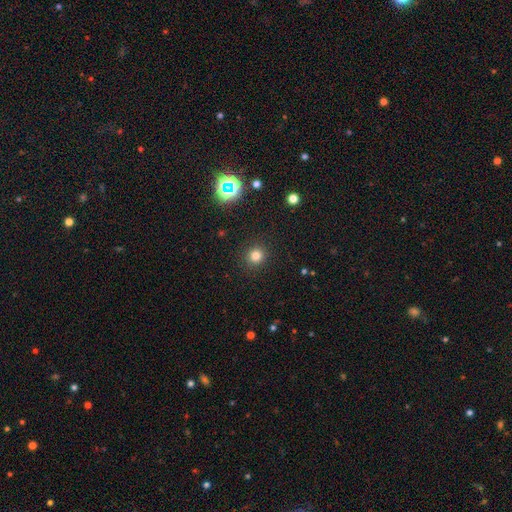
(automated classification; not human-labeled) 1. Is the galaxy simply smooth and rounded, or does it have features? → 79% smooth, 16% star or artifact, 5% featured or disk.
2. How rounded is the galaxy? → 91% round, 8% in between, 1% cigar-shaped.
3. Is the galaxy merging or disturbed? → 91% none, 6% minor disturbance, 2% major disturbance, 1% merger.